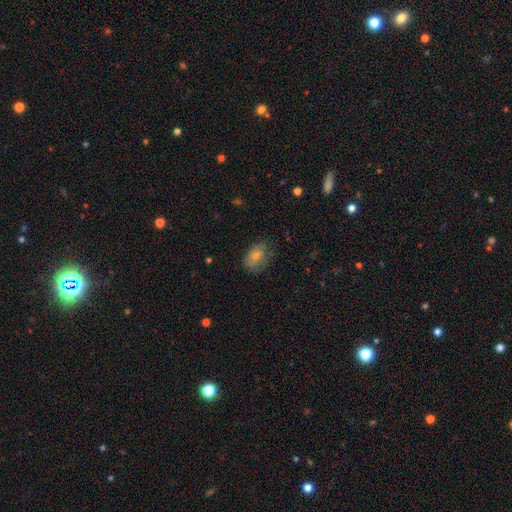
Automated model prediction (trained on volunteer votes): Smooth or featured? Predicted: smooth (p=0.66). How rounded? Predicted: in between (p=0.79). Merging? Predicted: none (p=0.67).